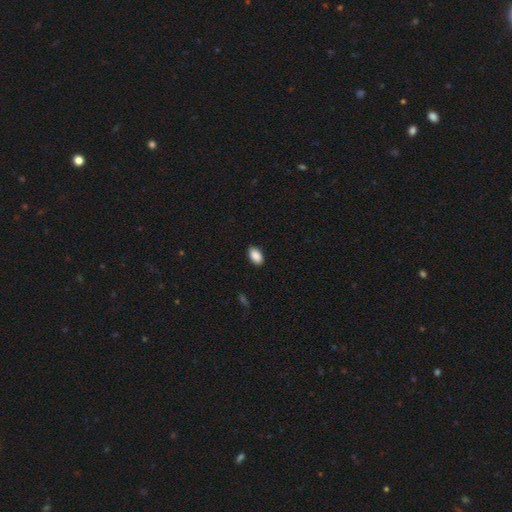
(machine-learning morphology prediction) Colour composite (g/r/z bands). It shows a smooth galaxy with no disk features (90%) that is in between round and cigar-shaped (94%). Merging: none (88%).